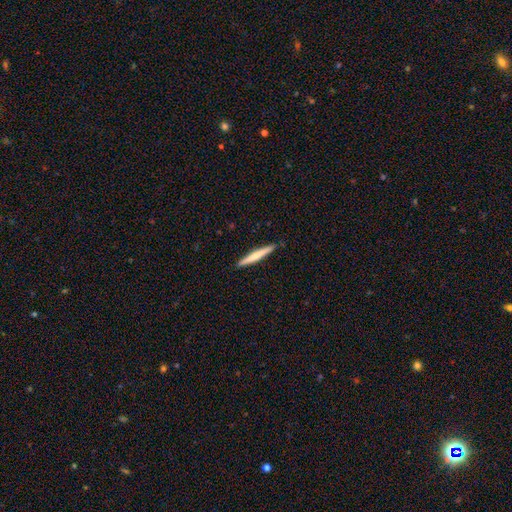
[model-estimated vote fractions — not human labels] smooth_or_featured: smooth (p=0.58) [alt: featured or disk p=0.37]
how_rounded: cigar-shaped (p=0.96) [alt: in between p=0.03]
merging: none (p=0.91) [alt: minor disturbance p=0.07]